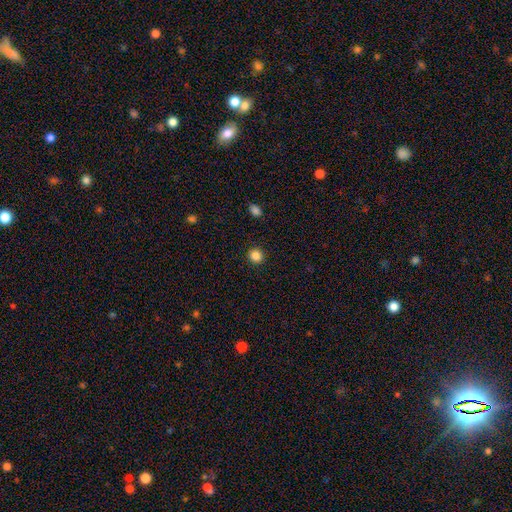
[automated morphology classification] smooth-or-featured: smooth: 86% | star or artifact: 11% | featured or disk: 3%
  how-rounded: round: 89% | in between: 10% | cigar-shaped: 1%
  merging: none: 92% | minor disturbance: 5% | major disturbance: 2% | merger: 1%